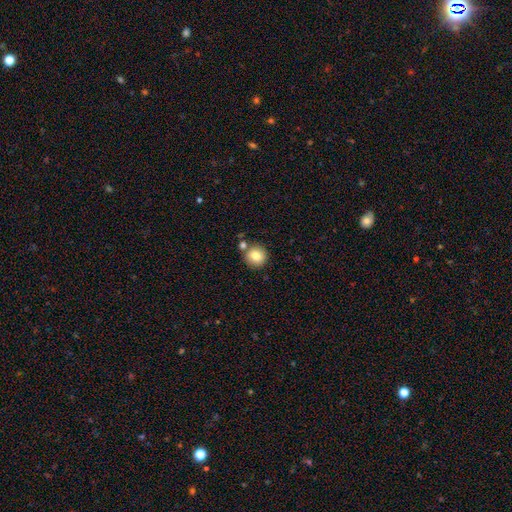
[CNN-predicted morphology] Smooth or featured? Predicted: smooth (p=0.83). How rounded? Predicted: round (p=0.94). Merging? Predicted: none (p=0.77).